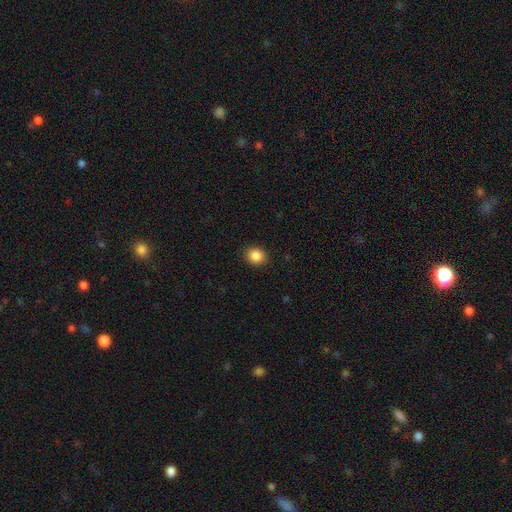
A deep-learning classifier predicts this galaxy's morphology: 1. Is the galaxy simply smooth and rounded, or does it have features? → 87% smooth, 9% star or artifact, 3% featured or disk.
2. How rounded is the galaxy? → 71% round, 28% in between, 1% cigar-shaped.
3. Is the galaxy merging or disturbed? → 90% none, 7% minor disturbance, 2% major disturbance, 1% merger.